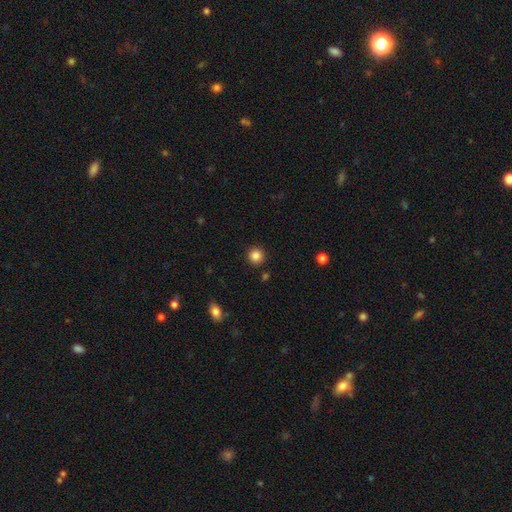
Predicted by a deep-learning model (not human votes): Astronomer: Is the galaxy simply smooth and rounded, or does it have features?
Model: smooth — 85%.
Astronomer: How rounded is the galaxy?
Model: round — 94%.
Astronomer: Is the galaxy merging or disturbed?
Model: none — 91%.